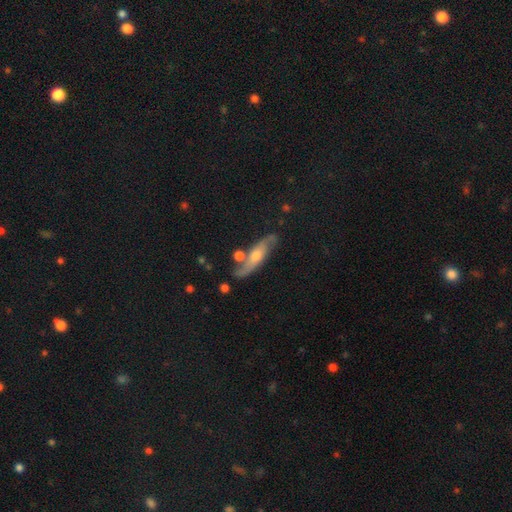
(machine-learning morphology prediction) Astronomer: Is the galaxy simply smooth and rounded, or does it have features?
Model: featured or disk — 72%.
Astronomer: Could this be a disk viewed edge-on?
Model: no — 64%.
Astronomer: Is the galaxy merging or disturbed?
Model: none — 69%.